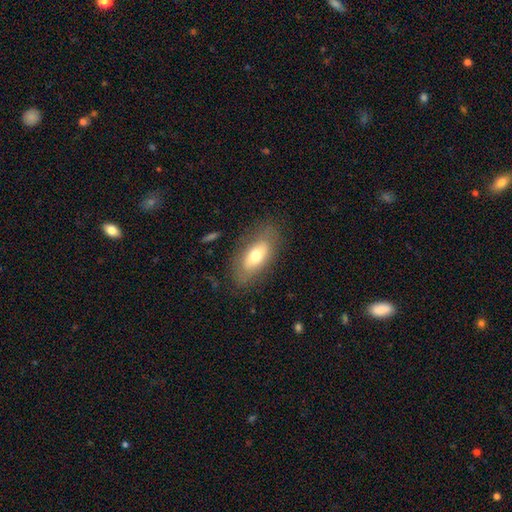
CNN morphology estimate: A smooth galaxy with no disk features (64%) that is in between round and cigar-shaped (84%). Merging: none (76%).